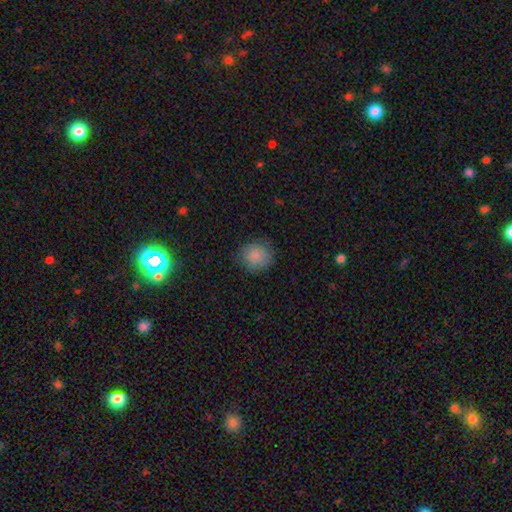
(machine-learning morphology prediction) Q: Smooth or featured?
A: smooth (85%); runner-up: star or artifact (9%)
Q: How rounded?
A: round (85%); runner-up: in between (14%)
Q: Merging?
A: none (81%); runner-up: minor disturbance (14%)